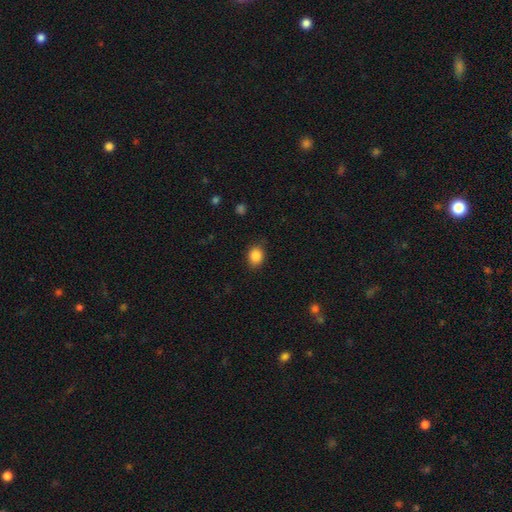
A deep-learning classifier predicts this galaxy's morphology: Overall: smooth (87%). How rounded: in between (51%; round 48%). Merging: none (82%).